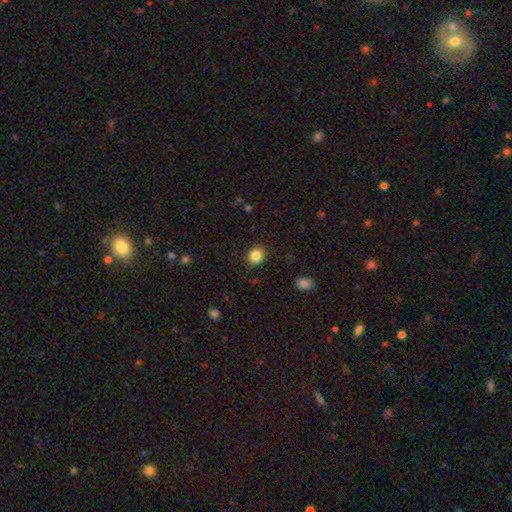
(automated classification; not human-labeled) This appears to be a smooth galaxy with no disk features (85%) that is round (65%). Merging: none (86%).